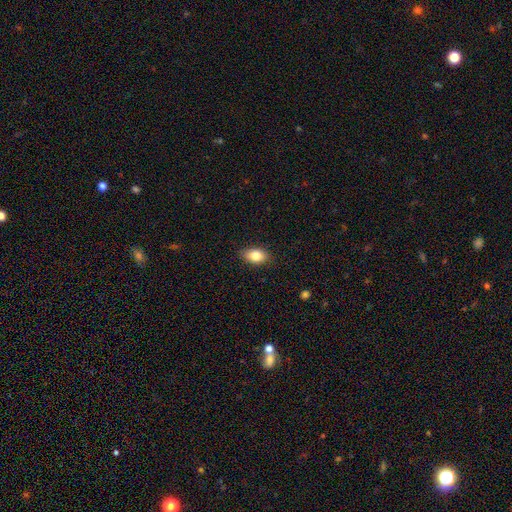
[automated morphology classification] smooth-or-featured: smooth: 83% | featured or disk: 9% | star or artifact: 8%
  how-rounded: in between: 85% | round: 13% | cigar-shaped: 2%
  merging: none: 86% | minor disturbance: 11% | major disturbance: 2% | merger: 1%